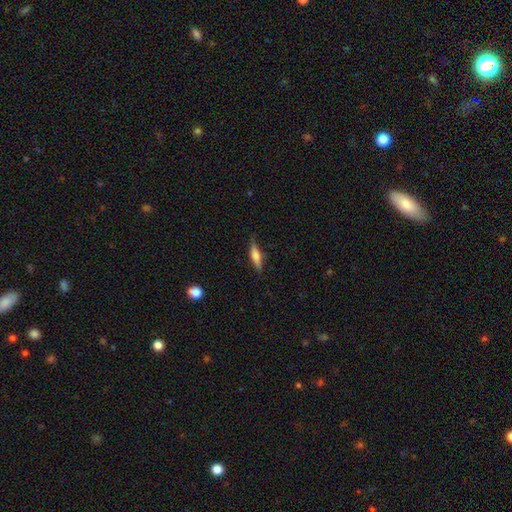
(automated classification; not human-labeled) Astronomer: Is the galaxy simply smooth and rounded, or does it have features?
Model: smooth — 50% (runner-up: featured or disk, 43%).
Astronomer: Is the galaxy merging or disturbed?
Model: none — 81%.